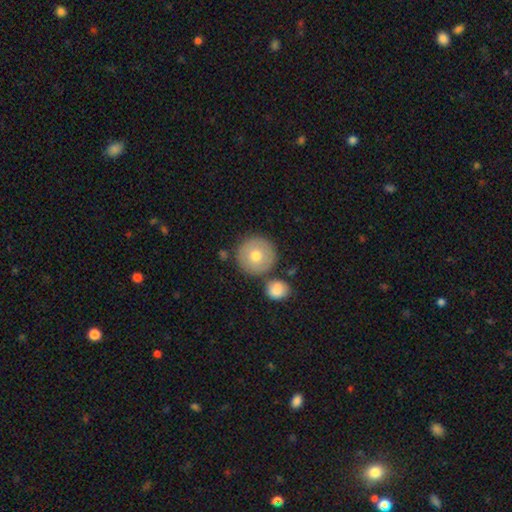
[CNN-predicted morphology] This appears to be a smooth galaxy with no disk features (72%) that is round (96%). Merging: none (78%).